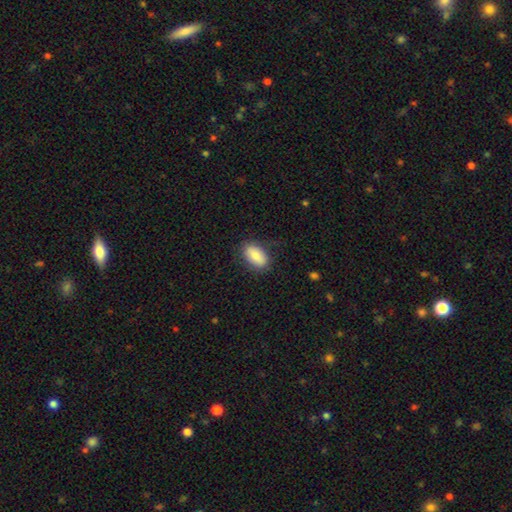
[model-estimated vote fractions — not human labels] Smooth or featured?
  - smooth: 81% *
  - featured or disk: 12%
  - star or artifact: 7%
How rounded?
  - in between: 91% *
  - round: 5%
  - cigar-shaped: 4%
Merging?
  - none: 79% *
  - minor disturbance: 15%
  - major disturbance: 5%
  - merger: 1%